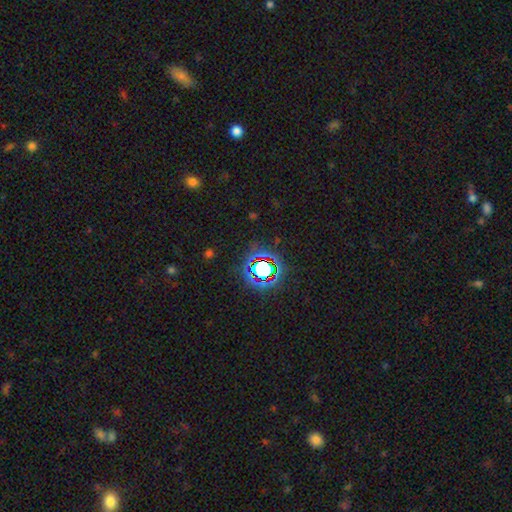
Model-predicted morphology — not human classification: Smooth or featured? star or artifact (77%)